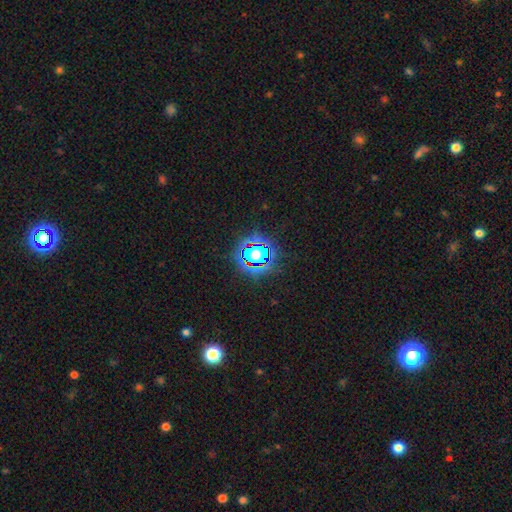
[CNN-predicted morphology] Smooth or featured?
  - star or artifact: 63% *
  - smooth: 24%
  - featured or disk: 12%